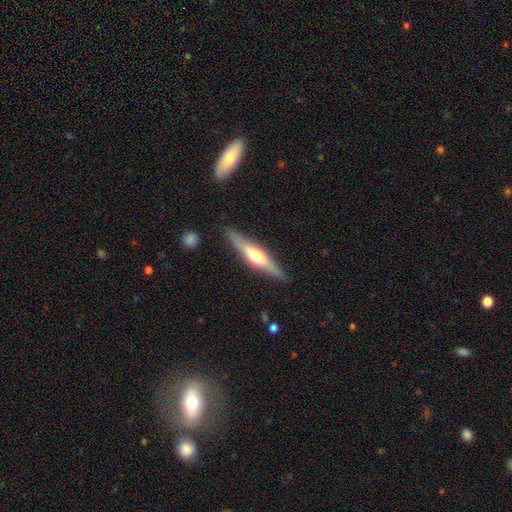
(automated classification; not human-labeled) Smooth or featured: featured or disk — 59% (smooth — 35%)
Edge-on disk: yes — 93% (no — 7%)
Edge-on bulge: rounded — 82% (boxy — 11%)
Merging: none — 87% (minor disturbance — 10%)